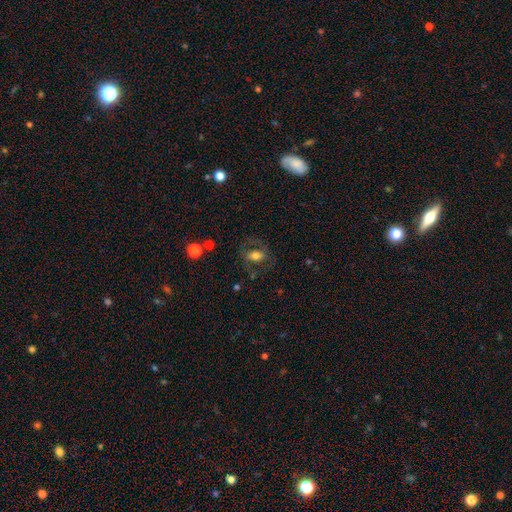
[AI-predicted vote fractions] A smooth galaxy with no disk features (52%) that is in between round and cigar-shaped (75%). Merging: none (65%).